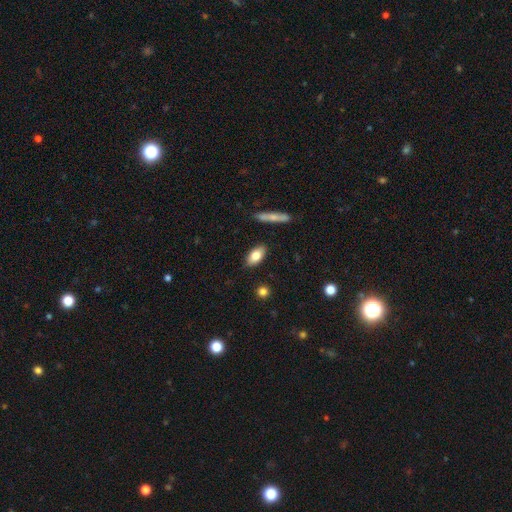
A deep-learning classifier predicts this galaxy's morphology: The model was most divided on "smooth or featured": smooth: 77%, featured or disk: 16%, star or artifact: 7%. More confident: how rounded — in between (87%); merging — none (86%).